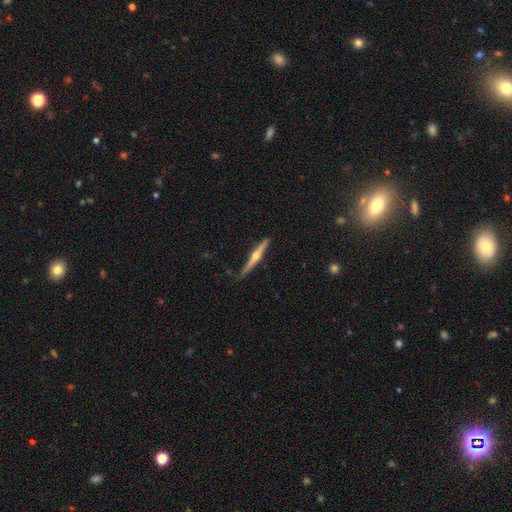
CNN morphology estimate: Smooth or featured: featured or disk — 75% (smooth — 20%)
Edge-on disk: yes — 98% (no — 2%)
Edge-on bulge: rounded — 94% (none — 3%)
Merging: none — 83% (minor disturbance — 13%)